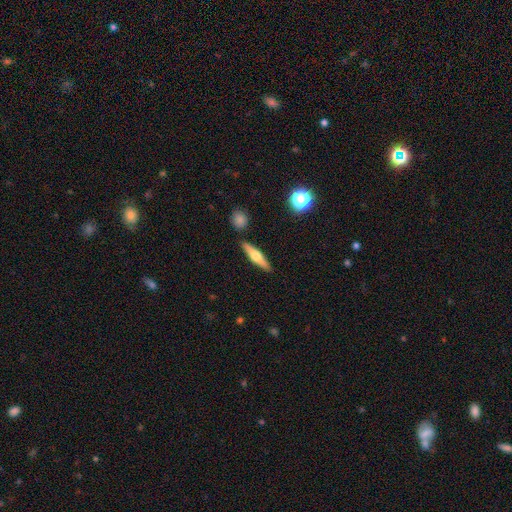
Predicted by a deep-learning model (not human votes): Smooth or featured? featured or disk (50%)
Edge-on disk? yes (94%)
Merging? none (87%)